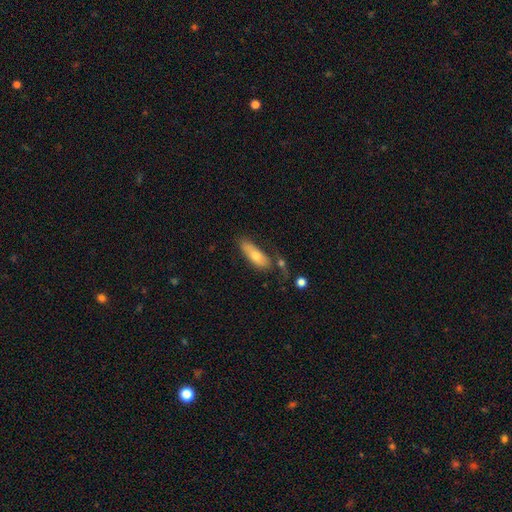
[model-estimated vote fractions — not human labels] Smooth or featured?
  - smooth: 66% *
  - featured or disk: 27%
  - star or artifact: 7%
How rounded?
  - in between: 60% *
  - cigar-shaped: 37%
  - round: 2%
Merging?
  - none: 55% *
  - minor disturbance: 22%
  - merger: 13%
  - major disturbance: 10%